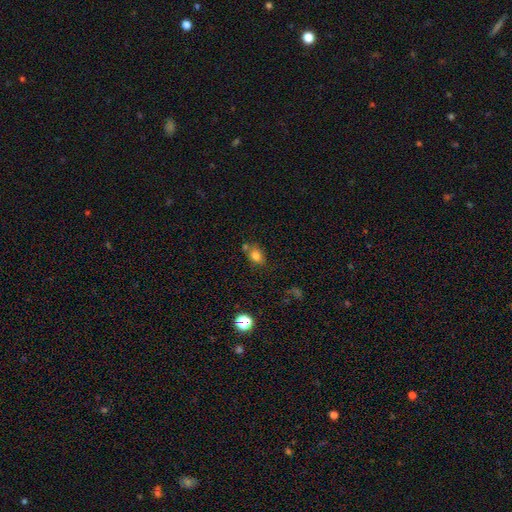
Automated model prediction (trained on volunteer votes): Overall: smooth (77%). How rounded: in between (61%; round 38%). Merging: none (61%).